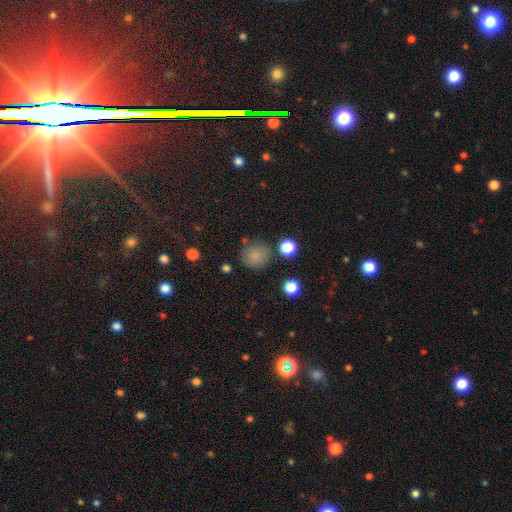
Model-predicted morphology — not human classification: Overall: smooth (80%). How rounded: round (90%). Merging: none (78%).